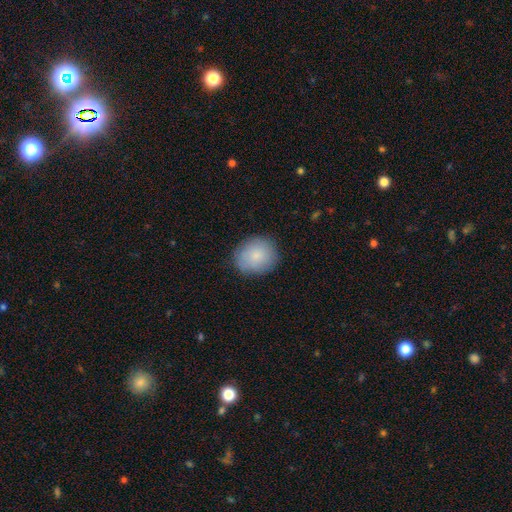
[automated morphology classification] Q: Smooth or featured?
A: smooth (83%); runner-up: featured or disk (9%)
Q: How rounded?
A: round (73%); runner-up: in between (26%)
Q: Merging?
A: none (84%); runner-up: minor disturbance (12%)